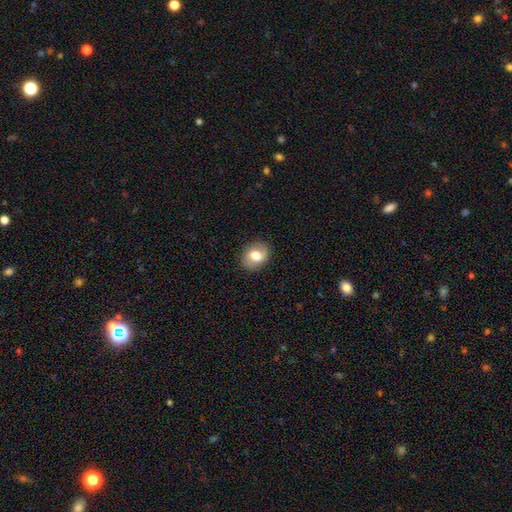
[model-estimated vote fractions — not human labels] smooth_or_featured: smooth (p=0.68) [alt: featured or disk p=0.24]
how_rounded: in between (p=0.55) [alt: round p=0.44]
merging: none (p=0.85) [alt: minor disturbance p=0.11]